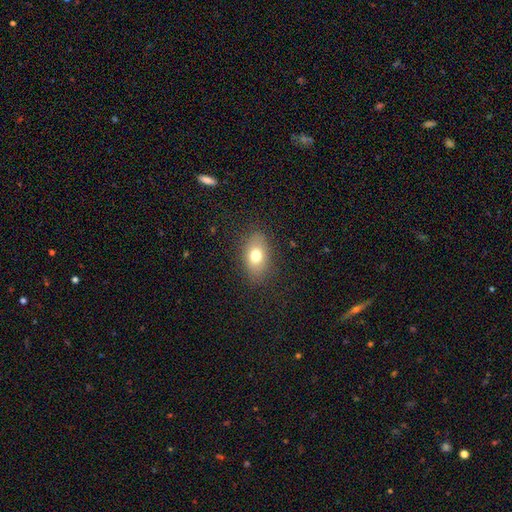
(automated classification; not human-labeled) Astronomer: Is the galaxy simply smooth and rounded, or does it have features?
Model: smooth — 74%.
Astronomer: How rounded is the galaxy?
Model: in between — 83%.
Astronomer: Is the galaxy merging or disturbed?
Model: none — 85%.